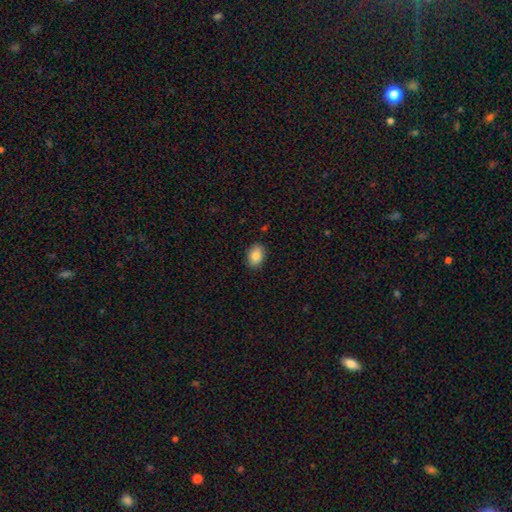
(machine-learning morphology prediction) Smooth or featured: smooth — 86% (star or artifact — 8%)
How rounded: in between — 81% (round — 18%)
Merging: none — 87% (minor disturbance — 10%)